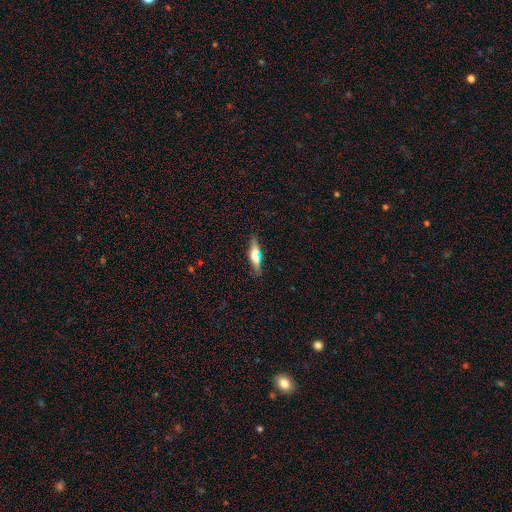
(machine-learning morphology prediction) This appears to be a smooth galaxy with no disk features (52%) that is cigar-shaped (67%). Merging: none (83%).